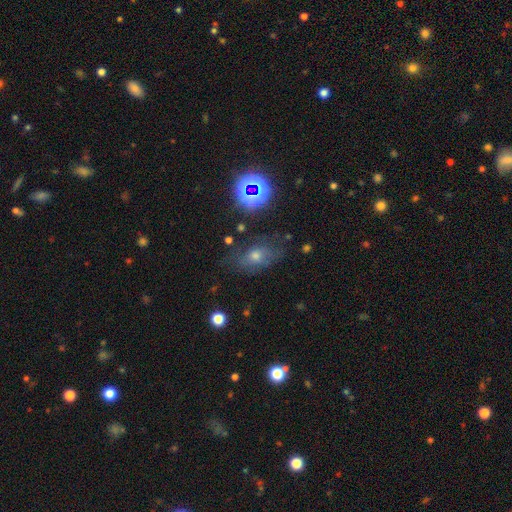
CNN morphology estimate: Overall: smooth (48%; featured or disk 27%). Merging: none (66%).